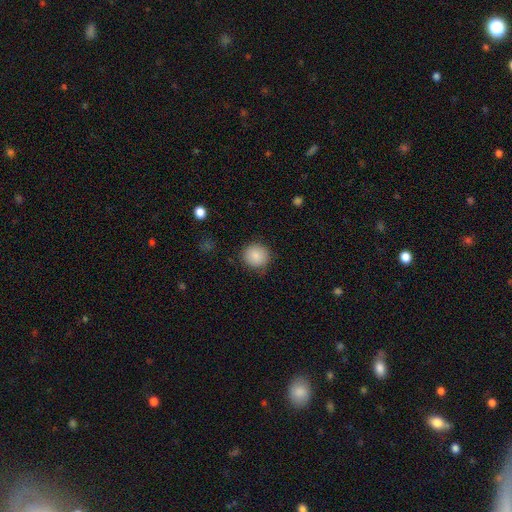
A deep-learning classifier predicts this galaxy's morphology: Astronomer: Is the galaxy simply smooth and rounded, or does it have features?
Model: smooth — 86%.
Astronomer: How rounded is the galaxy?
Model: round — 91%.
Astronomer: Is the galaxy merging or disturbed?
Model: none — 86%.